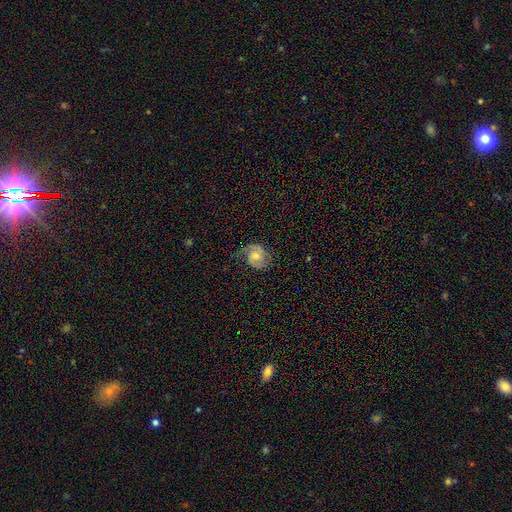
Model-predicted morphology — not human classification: This is clearly a featured or disk galaxy (80%). It is clearly not viewed edge-on (98%). Bar: likely no (62%). Spiral arm pattern: clearly yes (96%). Spiral arm count: clearly 2 (87%). Spiral winding: possibly medium (47%). Central bulge: possibly moderate (59%). Merging: likely none (72%).